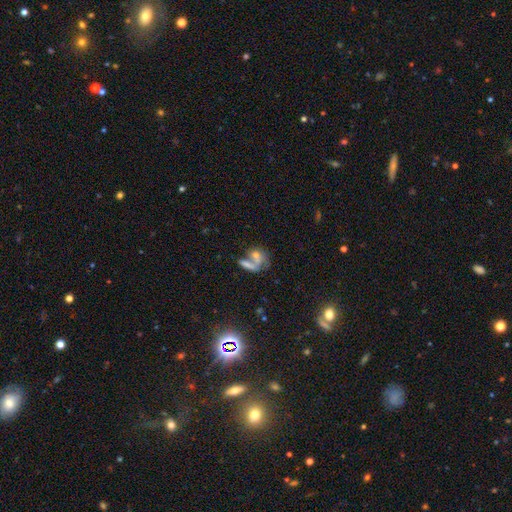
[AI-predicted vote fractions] smooth_or_featured: featured or disk (p=0.40) [alt: smooth p=0.34]
merging: merger (p=0.55) [alt: none p=0.25]